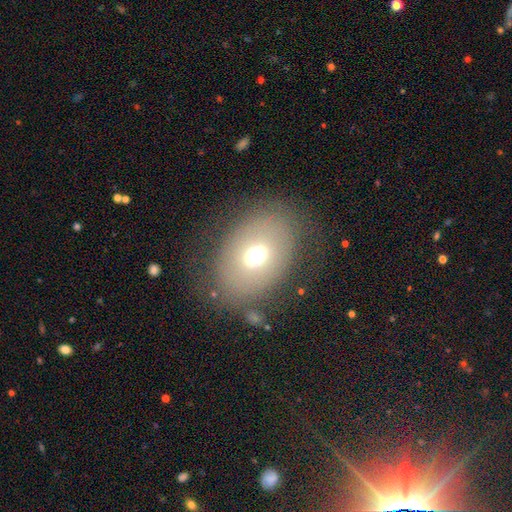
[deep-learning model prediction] This appears to be a smooth galaxy with no disk features (61%) that is in between round and cigar-shaped (76%). Merging: none (69%).